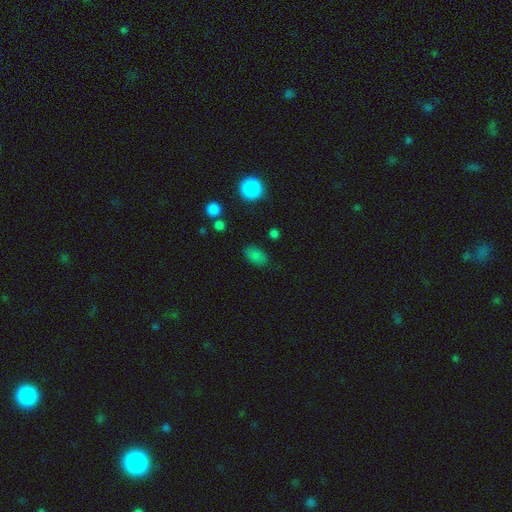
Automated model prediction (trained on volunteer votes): smooth-or-featured: smooth: 80% | star or artifact: 14% | featured or disk: 6%
  how-rounded: in between: 89% | round: 9% | cigar-shaped: 2%
  merging: none: 81% | minor disturbance: 13% | major disturbance: 4% | merger: 2%